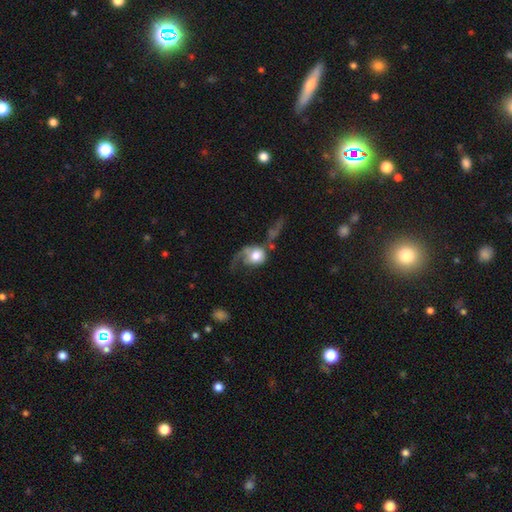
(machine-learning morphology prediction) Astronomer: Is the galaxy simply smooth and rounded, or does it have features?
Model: smooth — 55% (runner-up: featured or disk, 37%).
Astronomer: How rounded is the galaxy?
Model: round — 66%.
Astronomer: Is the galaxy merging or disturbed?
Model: major disturbance — 52%.